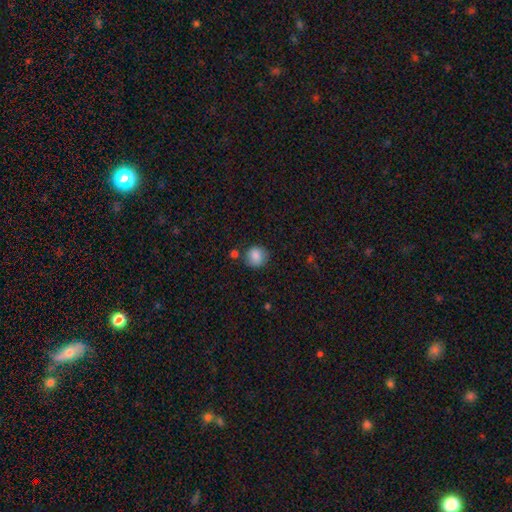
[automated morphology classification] Smooth or featured? Predicted: smooth (p=0.84). How rounded? Predicted: round (p=0.87). Merging? Predicted: none (p=0.74).